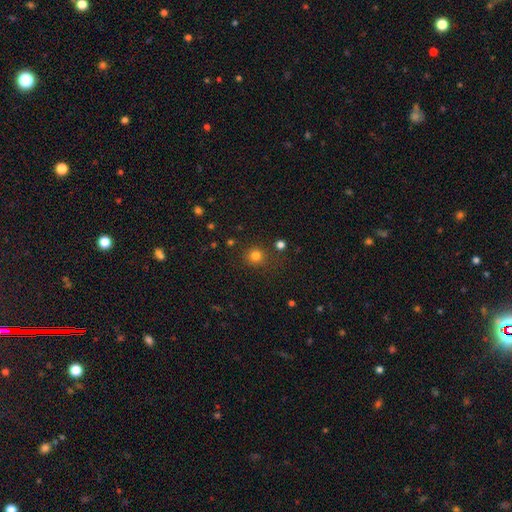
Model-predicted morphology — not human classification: smooth_or_featured: smooth (p=0.79) [alt: star or artifact p=0.15]
how_rounded: round (p=0.89) [alt: in between p=0.10]
merging: none (p=0.80) [alt: minor disturbance p=0.11]